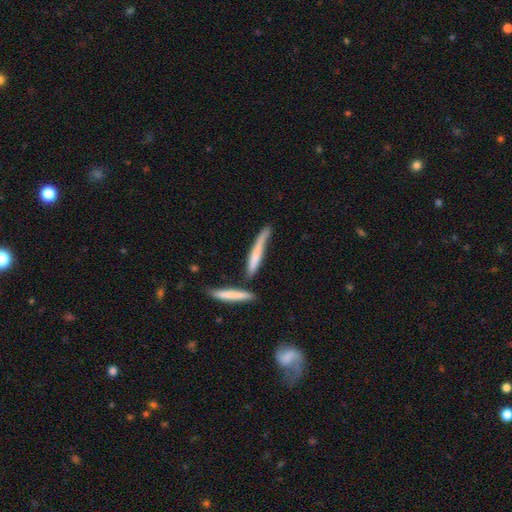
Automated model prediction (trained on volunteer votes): Q: Smooth or featured?
A: smooth (57%); runner-up: featured or disk (37%)
Q: How rounded?
A: cigar-shaped (94%); runner-up: in between (5%)
Q: Merging?
A: none (50%); runner-up: minor disturbance (21%)